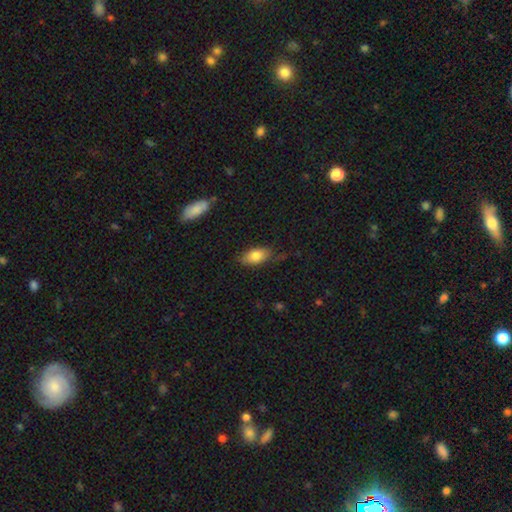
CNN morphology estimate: Overall: smooth (80%). How rounded: in between (90%). Merging: none (73%).